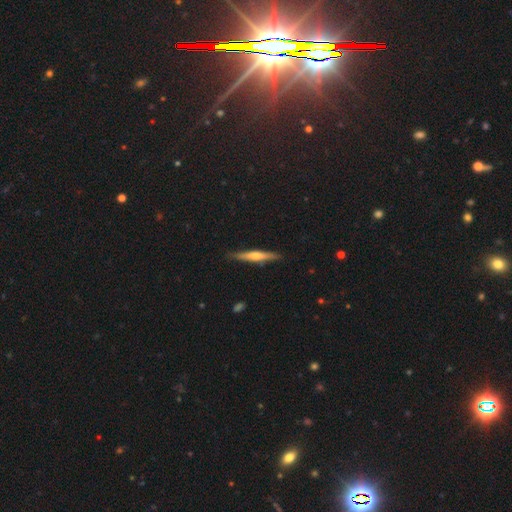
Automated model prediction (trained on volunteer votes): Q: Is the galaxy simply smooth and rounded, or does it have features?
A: featured or disk — 59%.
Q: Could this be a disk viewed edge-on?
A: yes — 96%.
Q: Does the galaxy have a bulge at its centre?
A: rounded — 80%.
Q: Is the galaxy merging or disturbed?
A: none — 88%.